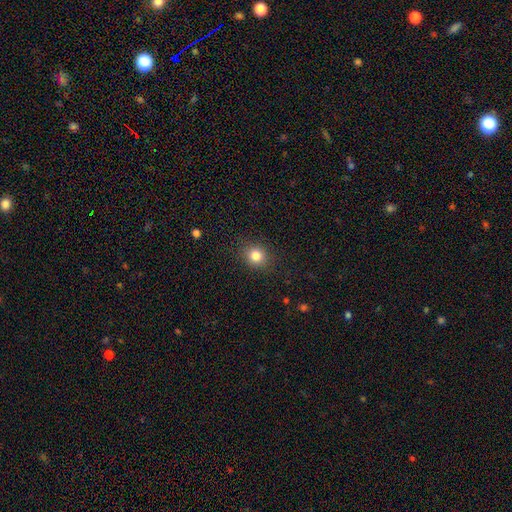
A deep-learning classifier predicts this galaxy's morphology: Smooth or featured: smooth — 83% (star or artifact — 11%)
How rounded: round — 78% (in between — 21%)
Merging: none — 88% (minor disturbance — 8%)